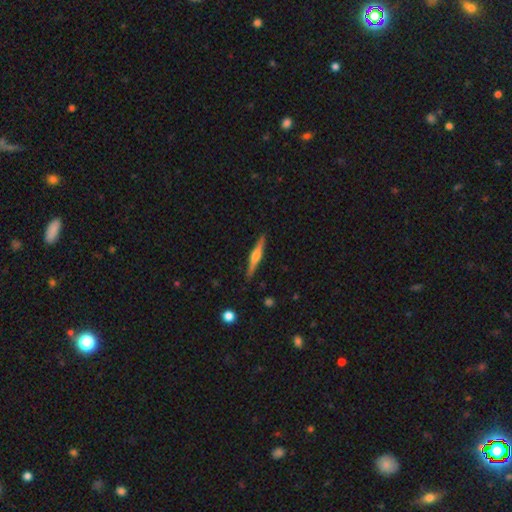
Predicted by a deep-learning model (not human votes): smooth-or-featured: featured or disk: 63% | smooth: 31% | star or artifact: 6%
  disk-edge-on: yes: 97% | no: 3%
    edge-on-bulge: rounded: 76% | boxy: 14% | none: 9%
  merging: none: 89% | minor disturbance: 8% | major disturbance: 2% | merger: 1%